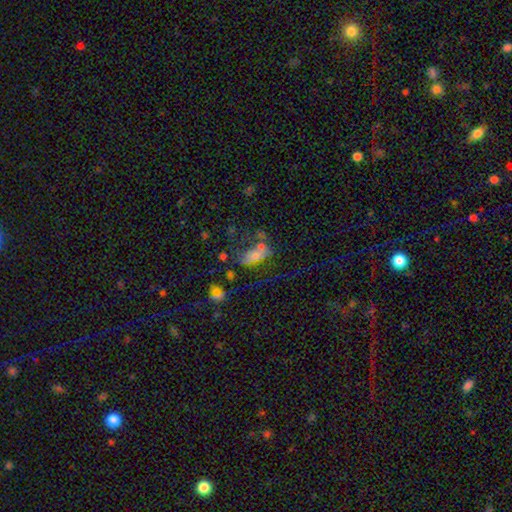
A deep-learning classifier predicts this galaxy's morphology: A smooth galaxy with no disk features (50%) that is in between round and cigar-shaped (78%).

Vote fractions:
- Smooth or featured? smooth: 50% / featured or disk: 30% / star or artifact: 20%
- How rounded? in between: 78% / round: 11% / cigar-shaped: 11%
- Merging? none: 31% / merger: 27% / major disturbance: 23% / minor disturbance: 18%